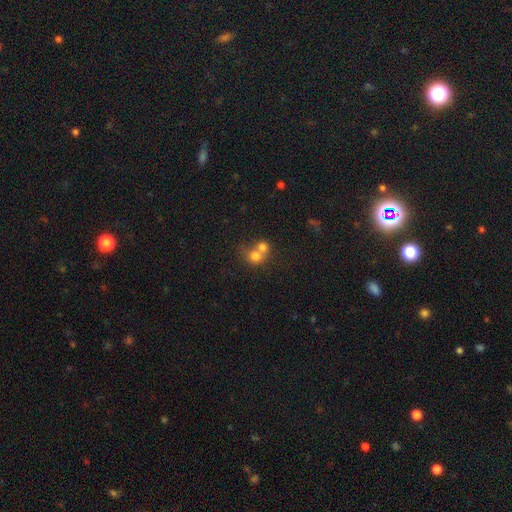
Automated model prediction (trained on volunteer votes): Q: Smooth or featured?
A: smooth (73%); runner-up: featured or disk (16%)
Q: How rounded?
A: round (79%); runner-up: in between (20%)
Q: Merging?
A: merger (64%); runner-up: none (27%)